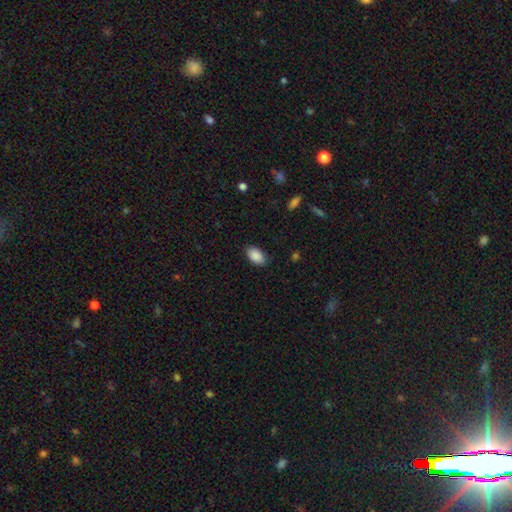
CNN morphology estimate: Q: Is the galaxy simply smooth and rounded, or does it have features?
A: smooth — 90%.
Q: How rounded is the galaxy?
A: in between — 92%.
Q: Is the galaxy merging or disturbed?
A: none — 86%.